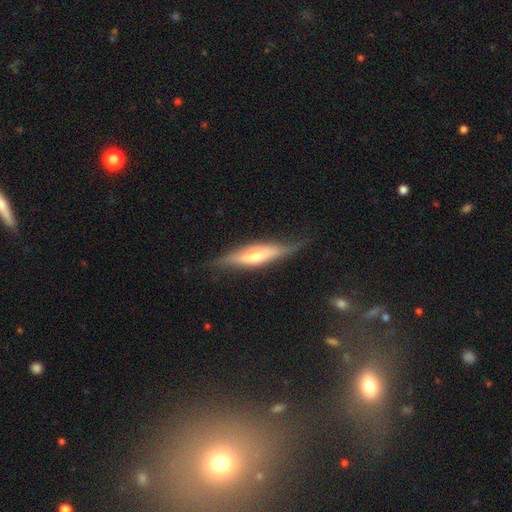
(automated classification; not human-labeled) This is likely a featured or disk galaxy (60%). It is clearly viewed edge-on (85%). Edge-on bulge: likely rounded (74%). Merging: likely none (75%).